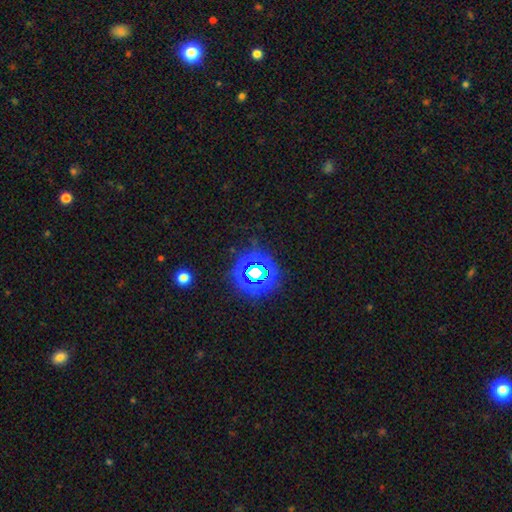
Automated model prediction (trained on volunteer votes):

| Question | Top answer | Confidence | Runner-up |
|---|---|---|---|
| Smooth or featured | star or artifact | 62% | smooth (32%) |